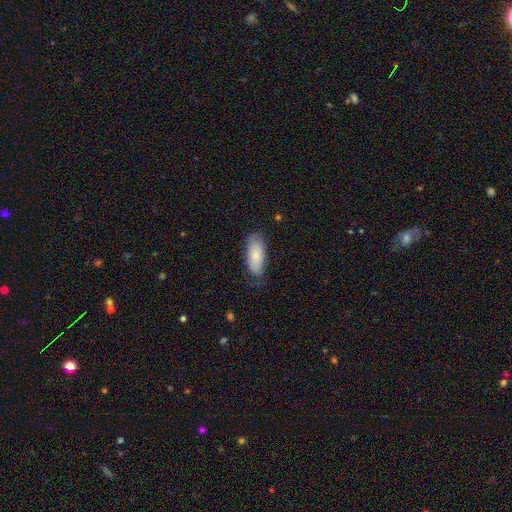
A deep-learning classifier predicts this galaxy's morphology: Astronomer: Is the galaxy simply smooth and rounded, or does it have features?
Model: smooth — 80%.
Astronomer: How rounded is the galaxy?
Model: in between — 83%.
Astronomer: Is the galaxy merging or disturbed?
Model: none — 68%.